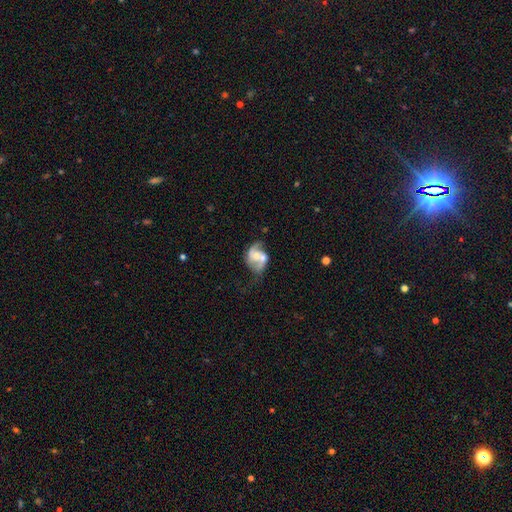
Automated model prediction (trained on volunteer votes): A featured or disk galaxy (73%) with no bar (60%), 2 (82%) loose (43%) spiral arms (85%) and a moderate central bulge (50%).

Vote fractions:
- Smooth or featured? featured or disk: 73% / smooth: 20% / star or artifact: 7%
- Edge-on disk? no: 98% / yes: 2%
- Bar? no: 60% / weak: 31% / strong: 8%
- Spiral arms? yes: 85% / no: 15%
- Spiral winding? loose: 43% / medium: 42% / tight: 14%
- Spiral arm count? 2: 82% / 1: 9% / can't tell: 7% / 3: 1% / 4: 1% / more than 4: 1%
- Bulge size? moderate: 50% / small: 35% / none: 8% / large: 6% / dominant: 2%
- Merging? merger: 40% / none: 29% / minor disturbance: 16% / major disturbance: 14%